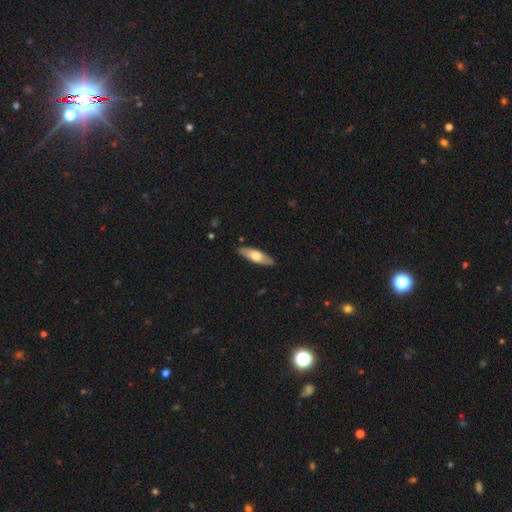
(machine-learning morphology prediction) Smooth or featured?
  - smooth: 61% *
  - featured or disk: 34%
  - star or artifact: 5%
How rounded?
  - in between: 49% * (tied)
  - cigar-shaped: 49% * (tied)
  - round: 2%
Merging?
  - none: 88% *
  - minor disturbance: 9%
  - major disturbance: 2%
  - merger: 1%